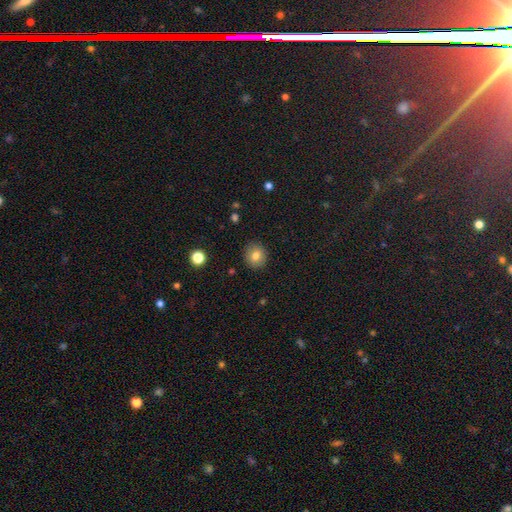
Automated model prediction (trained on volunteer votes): This appears to be a smooth galaxy with no disk features (80%) that is round (86%). Merging: none (89%).